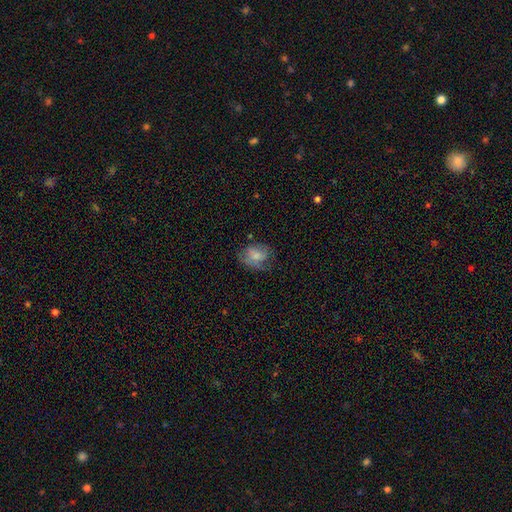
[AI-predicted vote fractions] Smooth or featured? smooth (67%)
How rounded? in between (58%)
Merging? none (54%)